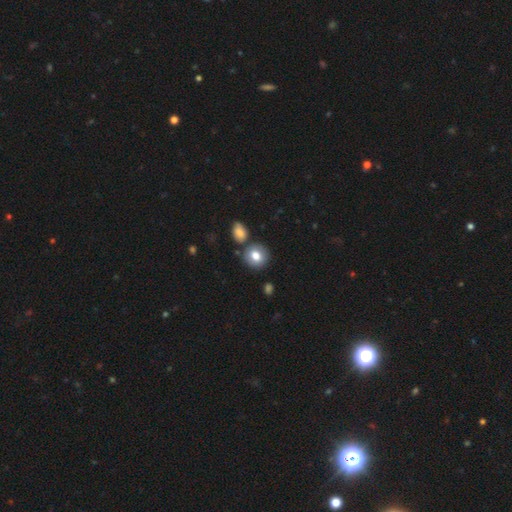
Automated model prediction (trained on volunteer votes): The model was most divided on "how rounded": round: 81%, in between: 18%, cigar-shaped: 1%. More confident: smooth or featured — smooth (78%); merging — none (77%).